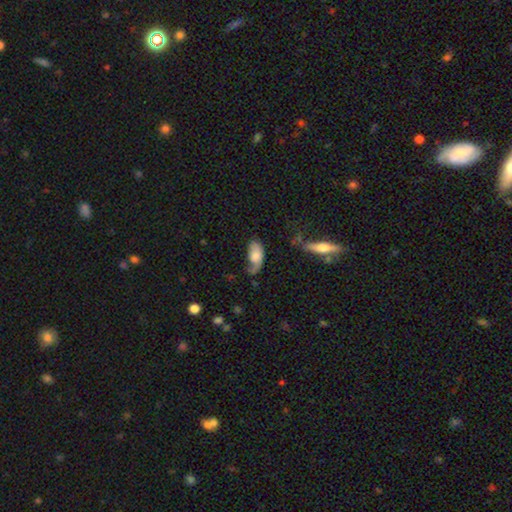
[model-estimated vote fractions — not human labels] This is possibly a smooth galaxy (55%). How rounded: clearly in between (90%). Merging: marginally major disturbance (34%).